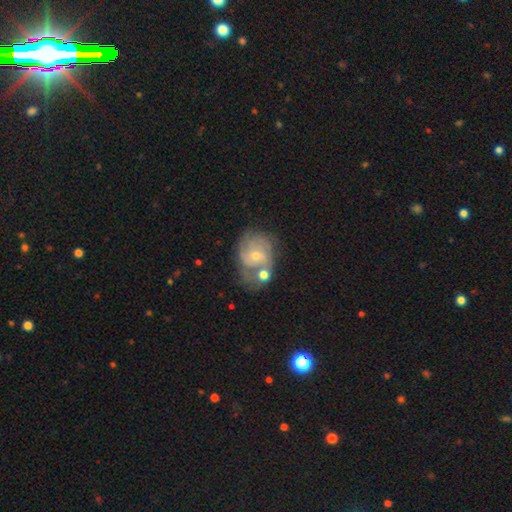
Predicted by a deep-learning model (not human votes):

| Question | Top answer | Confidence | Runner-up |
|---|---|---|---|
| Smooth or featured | featured or disk | 73% | smooth (20%) |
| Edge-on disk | no | 97% | yes (3%) |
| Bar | no | 55% | weak (38%) |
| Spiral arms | yes | 86% | no (14%) |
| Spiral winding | tight | 49% | medium (38%) |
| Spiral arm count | can't tell | 35% | 2 (34%) |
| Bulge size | small | 57% | moderate (39%) |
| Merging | none | 40% | merger (30%) |